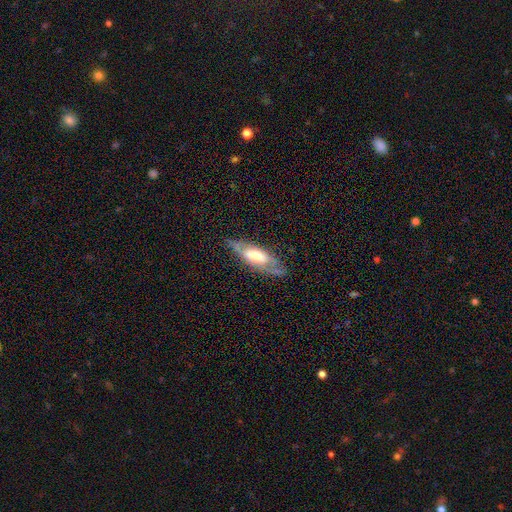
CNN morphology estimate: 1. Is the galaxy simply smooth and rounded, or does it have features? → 63% featured or disk, 31% smooth, 6% star or artifact.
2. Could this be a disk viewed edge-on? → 64% no, 36% yes.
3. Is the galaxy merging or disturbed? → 69% none, 21% minor disturbance, 9% major disturbance, 2% merger.